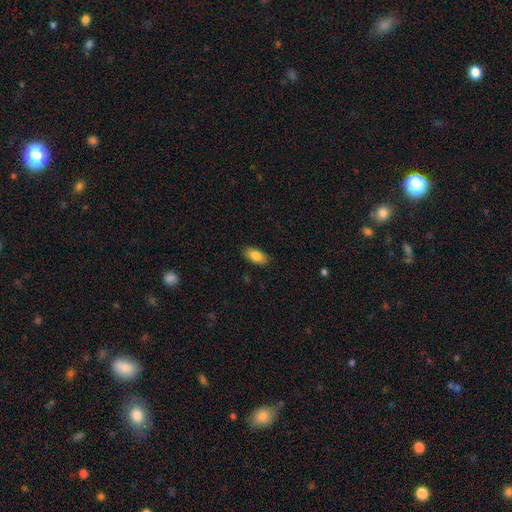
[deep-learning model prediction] A smooth galaxy with no disk features (84%) that is in between round and cigar-shaped (90%).

Vote fractions:
- Smooth or featured? smooth: 84% / featured or disk: 9% / star or artifact: 7%
- How rounded? in between: 90% / cigar-shaped: 8% / round: 3%
- Merging? none: 87% / minor disturbance: 9% / major disturbance: 2% / merger: 1%